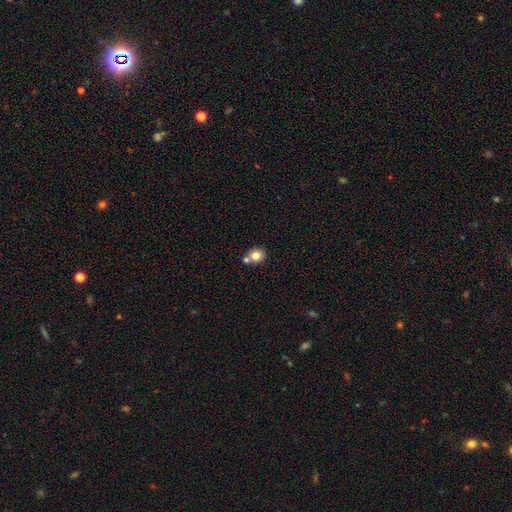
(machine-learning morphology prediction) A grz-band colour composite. It shows a smooth galaxy with no disk features (79%) that is round (76%). Merging: none (56%).